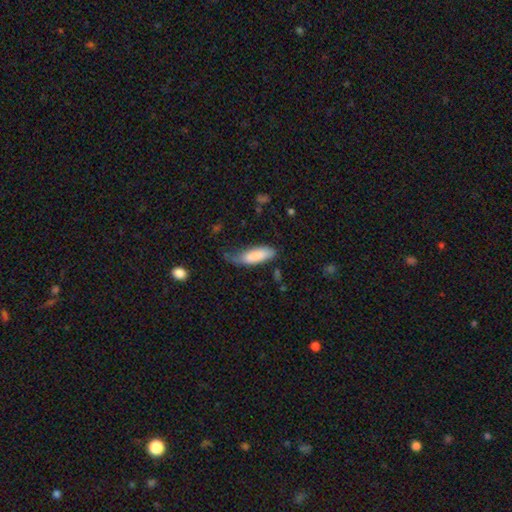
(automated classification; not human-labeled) smooth-or-featured: smooth: 84% | featured or disk: 10% | star or artifact: 6%
  how-rounded: in between: 61% | cigar-shaped: 37% | round: 2%
  merging: minor disturbance: 42% | none: 36% | major disturbance: 18% | merger: 3%